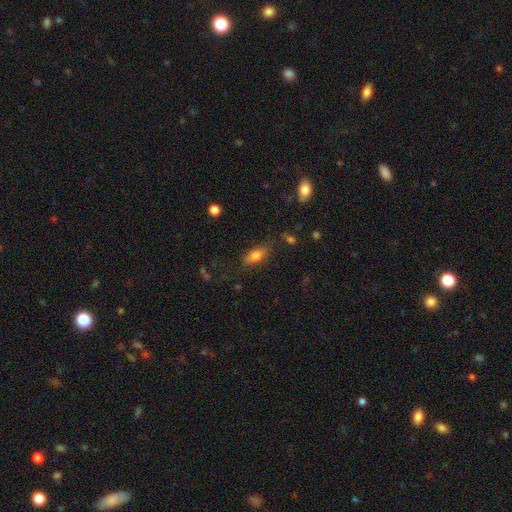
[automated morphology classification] This is likely a smooth galaxy (71%). How rounded: likely in between (76%). Merging: likely none (72%).